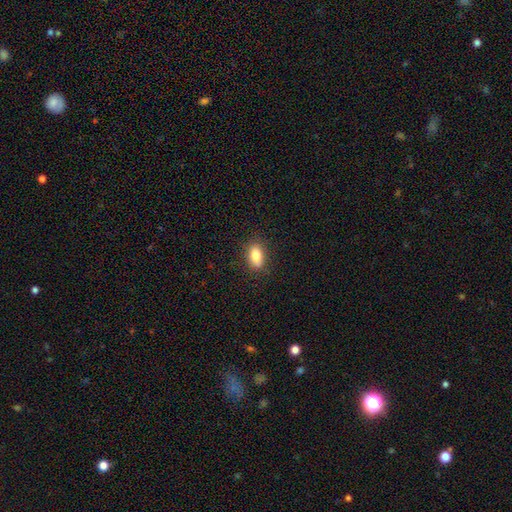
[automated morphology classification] This appears to be a smooth galaxy with no disk features (81%) that is in between round and cigar-shaped (85%). Merging: none (86%).